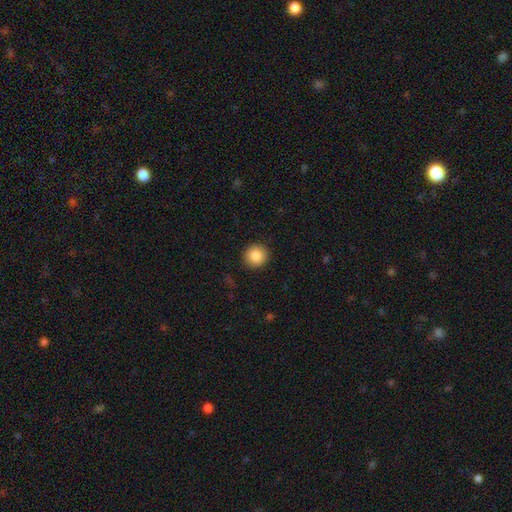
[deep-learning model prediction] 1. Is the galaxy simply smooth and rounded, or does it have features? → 86% smooth, 9% star or artifact, 5% featured or disk.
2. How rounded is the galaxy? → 94% round, 6% in between, 1% cigar-shaped.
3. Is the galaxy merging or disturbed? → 92% none, 5% minor disturbance, 2% major disturbance, 1% merger.